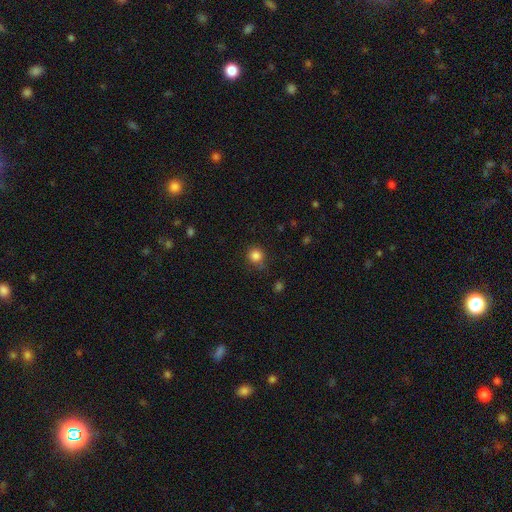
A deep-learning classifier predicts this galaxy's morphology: A smooth galaxy with no disk features (84%) that is round (92%).

Vote fractions:
- Smooth or featured? smooth: 84% / star or artifact: 12% / featured or disk: 4%
- How rounded? round: 92% / in between: 7% / cigar-shaped: 1%
- Merging? none: 81% / minor disturbance: 14% / major disturbance: 4% / merger: 2%